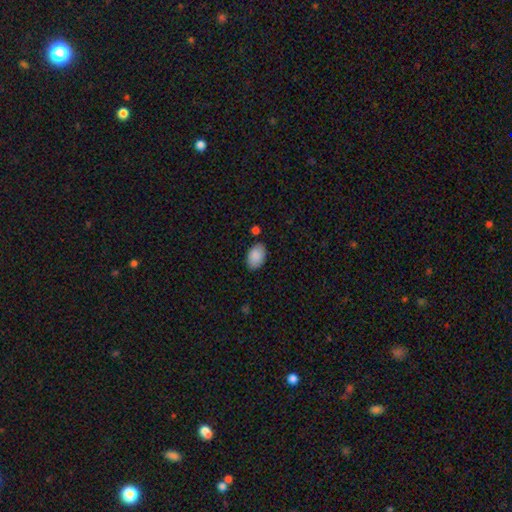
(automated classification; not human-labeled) smooth 89%, star or artifact 7%, featured or disk 5%. Down the decision tree: how rounded — in between (90%); merging — none (81%).